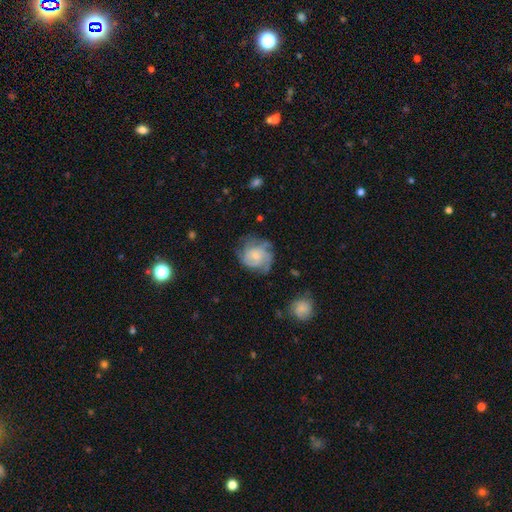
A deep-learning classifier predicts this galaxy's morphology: A featured or disk galaxy (65%) with no bar (74%), tight (50%) spiral arms (87%) and a small central bulge (54%). Merging: none (58%).